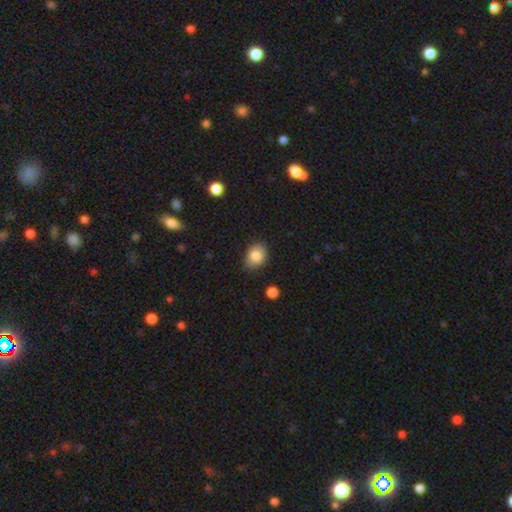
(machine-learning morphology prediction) type=smooth (82%); roundness=in between (58%); merging=none (79%).